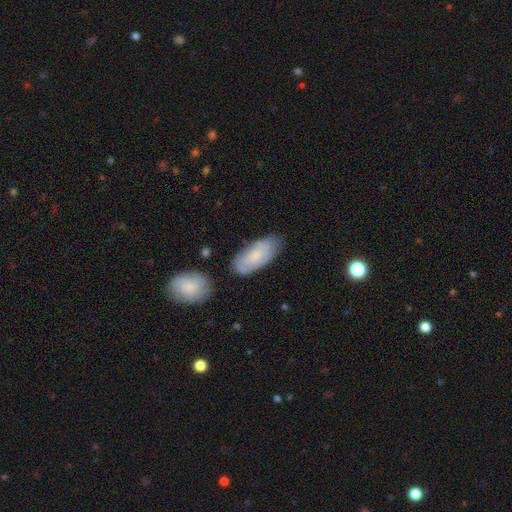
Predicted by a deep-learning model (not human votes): Smooth or featured: smooth — 62% (featured or disk — 31%)
How rounded: in between — 88% (cigar-shaped — 10%)
Merging: none — 68% (minor disturbance — 22%)